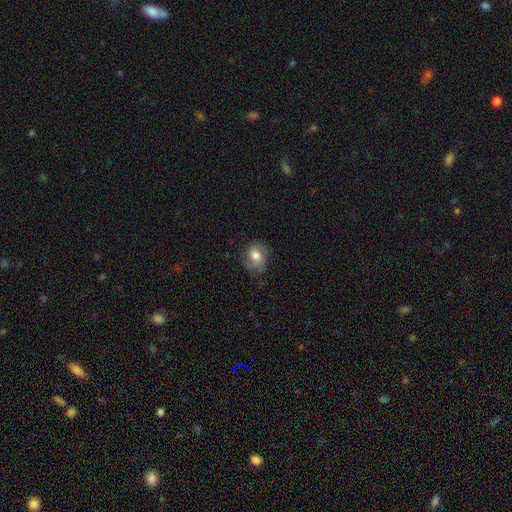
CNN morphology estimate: A smooth galaxy with no disk features (64%) that is round (62%).

Vote fractions:
- Smooth or featured? smooth: 64% / featured or disk: 27% / star or artifact: 9%
- How rounded? round: 62% / in between: 37% / cigar-shaped: 1%
- Merging? none: 67% / minor disturbance: 23% / major disturbance: 9% / merger: 1%